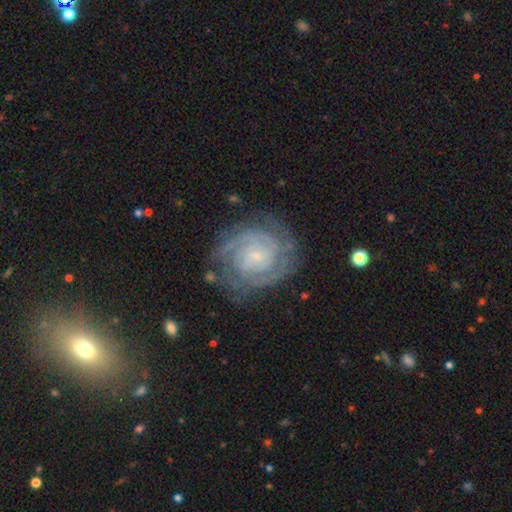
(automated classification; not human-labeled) Smooth or featured: featured or disk — 86% (smooth — 7%)
Edge-on disk: no — 98% (yes — 2%)
Bar: no — 64% (weak — 29%)
Spiral arms: yes — 97% (no — 3%)
Spiral winding: tight — 75% (medium — 21%)
Spiral arm count: 2 — 28% (can't tell — 25%)
Bulge size: small — 78% (moderate — 13%)
Merging: none — 77% (minor disturbance — 15%)